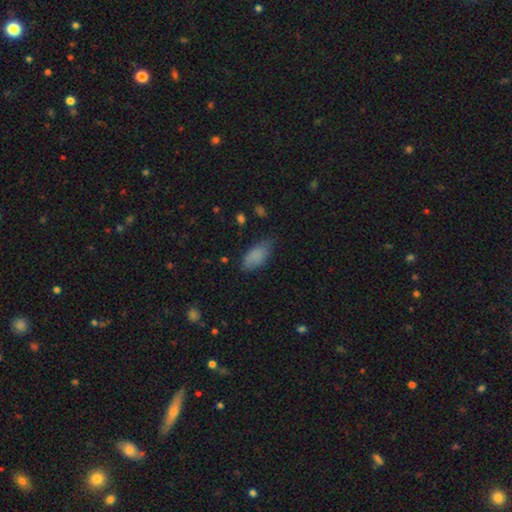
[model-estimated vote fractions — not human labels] The model was most divided on "merging": none: 67%, minor disturbance: 26%, major disturbance: 6%, merger: 2%. More confident: how rounded — in between (89%); smooth or featured — smooth (85%).